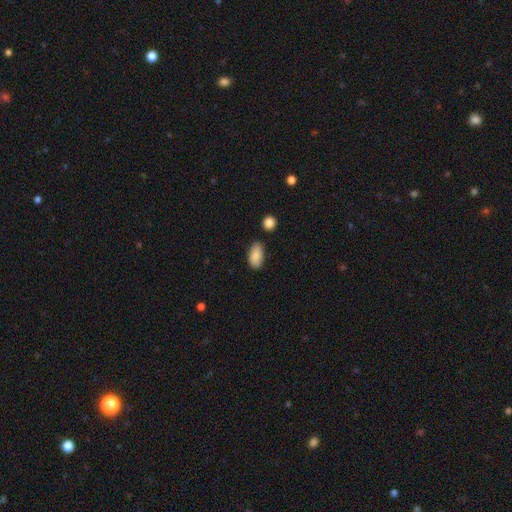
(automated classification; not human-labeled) Morphology: type=smooth (88%); roundness=in between (93%); merging=none (74%).